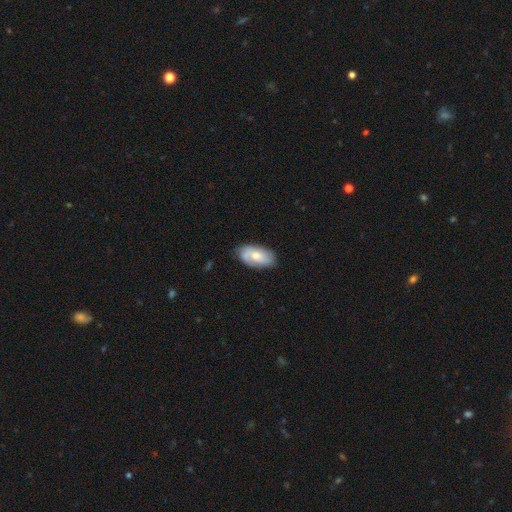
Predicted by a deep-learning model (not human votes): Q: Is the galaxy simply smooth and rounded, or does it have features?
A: smooth — 57%.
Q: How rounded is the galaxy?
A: in between — 93%.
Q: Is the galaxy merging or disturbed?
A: none — 71%.